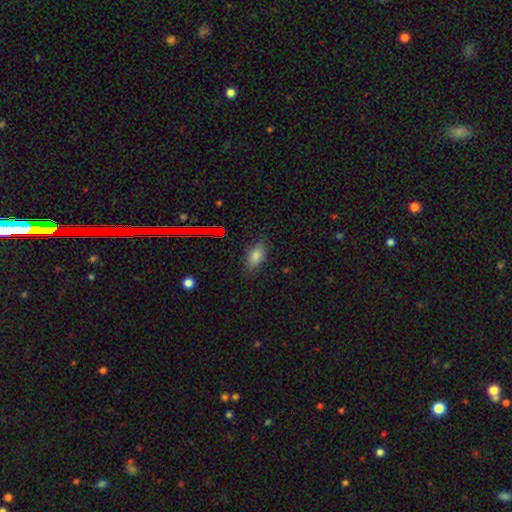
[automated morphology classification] The model was most divided on "smooth or featured": smooth: 79%, star or artifact: 13%, featured or disk: 8%. More confident: how rounded — in between (88%); merging — none (83%).